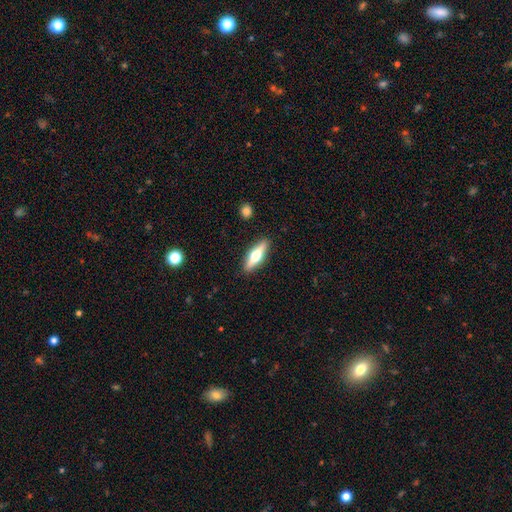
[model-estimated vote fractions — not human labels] Smooth or featured? featured or disk (54%)
Edge-on disk? yes (93%)
Edge-on bulge? rounded (95%)
Merging? none (90%)